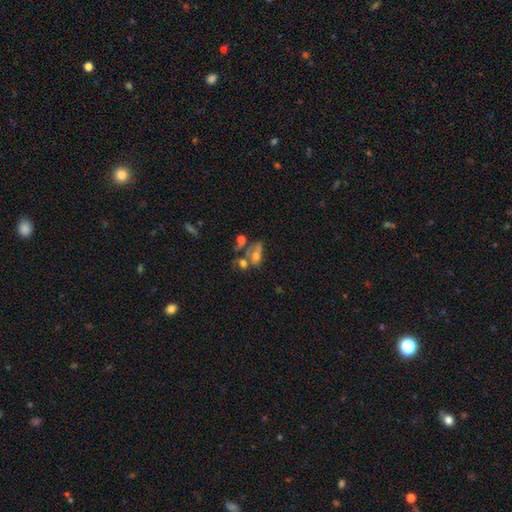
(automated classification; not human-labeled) smooth-or-featured: smooth: 51% | featured or disk: 32% | star or artifact: 17%
  how-rounded: in between: 74% | round: 16% | cigar-shaped: 10%
  merging: merger: 41% | none: 26% | major disturbance: 18% | minor disturbance: 14%